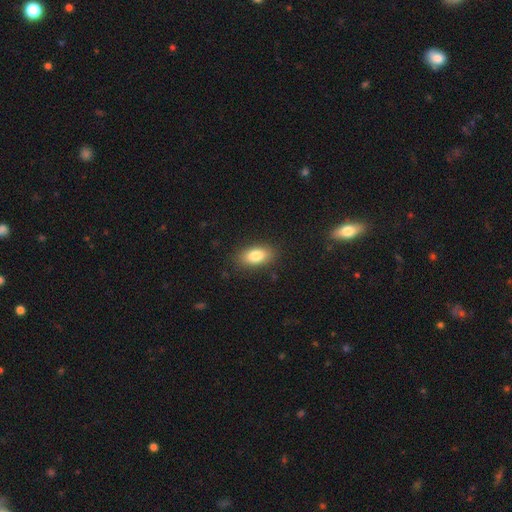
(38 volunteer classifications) smooth_or_featured: smooth (p=0.82) [alt: featured or disk p=0.16]
how_rounded: in between (p=0.84) [alt: round p=0.13]
merging: none (p=0.89) [alt: minor disturbance p=0.11]